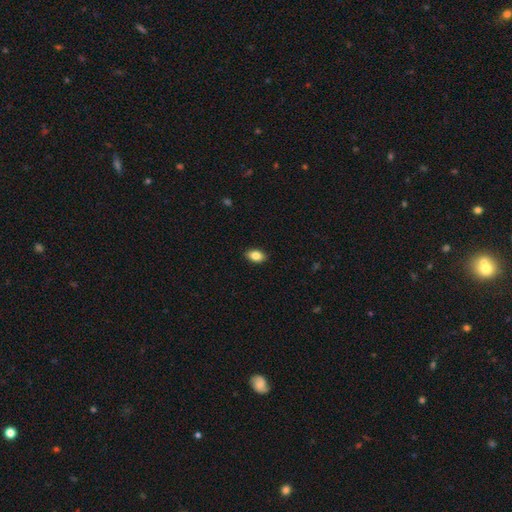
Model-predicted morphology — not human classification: smooth-or-featured: smooth: 84% | featured or disk: 8% | star or artifact: 8%
  how-rounded: in between: 89% | round: 9% | cigar-shaped: 2%
  merging: none: 89% | minor disturbance: 8% | major disturbance: 2% | merger: 1%